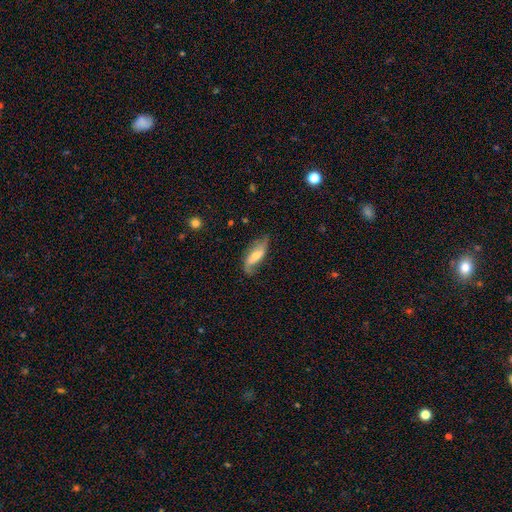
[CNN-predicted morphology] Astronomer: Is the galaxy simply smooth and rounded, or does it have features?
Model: featured or disk — 53% (runner-up: smooth, 40%).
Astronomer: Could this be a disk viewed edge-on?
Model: no — 82%.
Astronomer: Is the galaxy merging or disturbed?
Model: none — 63%.